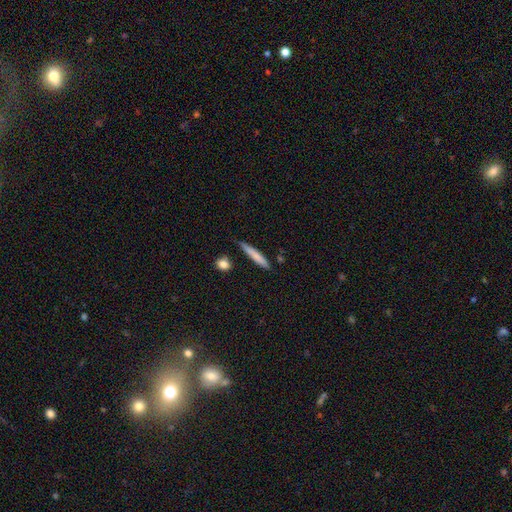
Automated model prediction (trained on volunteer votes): smooth_or_featured: smooth (p=0.75) [alt: featured or disk p=0.19]
how_rounded: cigar-shaped (p=0.92) [alt: in between p=0.06]
merging: none (p=0.79) [alt: minor disturbance p=0.15]